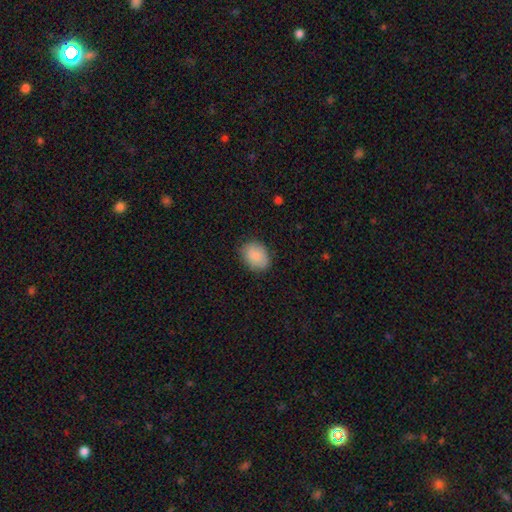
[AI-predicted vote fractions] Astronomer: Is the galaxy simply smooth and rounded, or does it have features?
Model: smooth — 86%.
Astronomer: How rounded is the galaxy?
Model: in between — 62%.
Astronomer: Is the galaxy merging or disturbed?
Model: none — 82%.